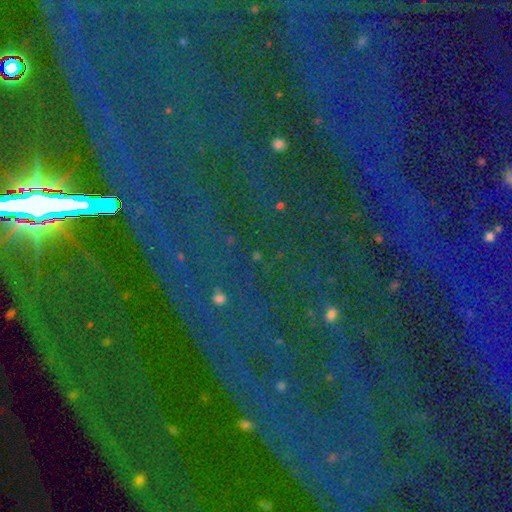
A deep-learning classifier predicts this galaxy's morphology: star or artifact 85%, featured or disk 7%, smooth 7%.